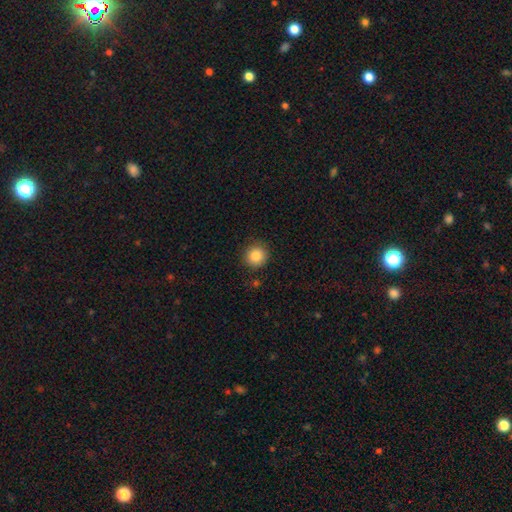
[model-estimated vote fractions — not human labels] Morphology: type=smooth (86%); roundness=round (93%); merging=none (88%).